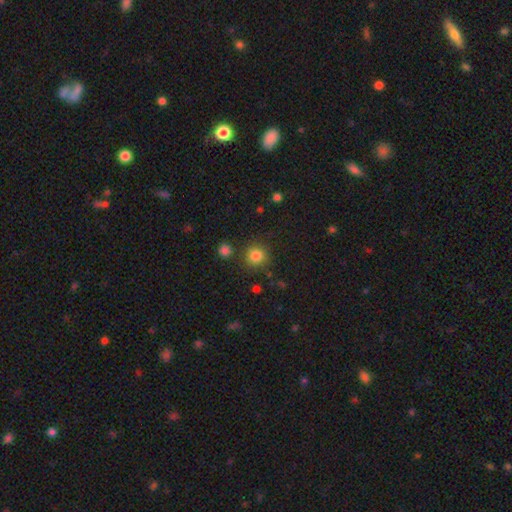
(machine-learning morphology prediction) Smooth or featured? smooth (83%)
How rounded? round (90%)
Merging? none (83%)